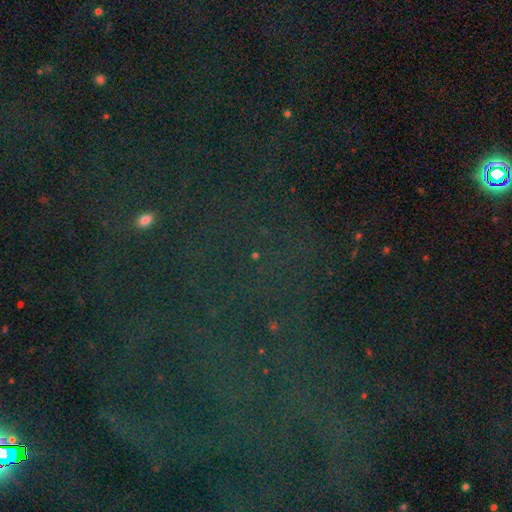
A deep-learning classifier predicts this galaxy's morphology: Smooth or featured: star or artifact — 75% (smooth — 17%)